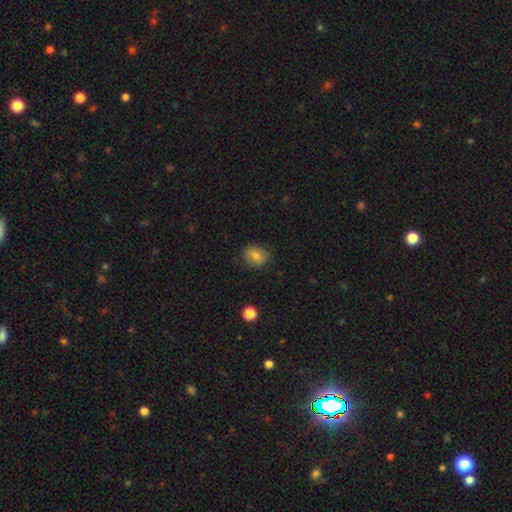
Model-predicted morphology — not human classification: Smooth or featured?
  - smooth: 75% *
  - featured or disk: 14%
  - star or artifact: 11%
How rounded?
  - round: 62% *
  - in between: 37%
  - cigar-shaped: 1%
Merging?
  - none: 84% *
  - minor disturbance: 12%
  - major disturbance: 3%
  - merger: 1%